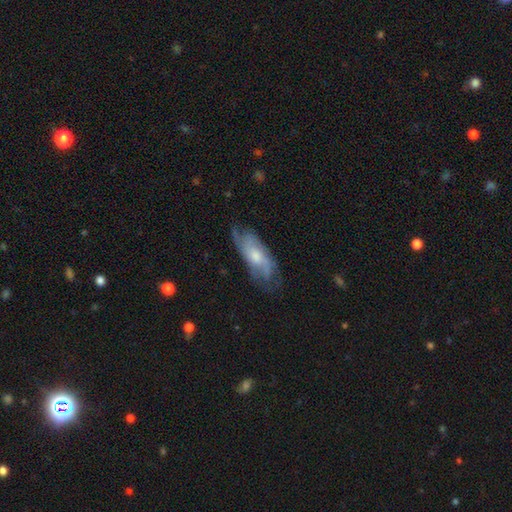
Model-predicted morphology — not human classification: Q: Smooth or featured?
A: featured or disk (68%); runner-up: smooth (26%)
Q: Edge-on disk?
A: no (85%); runner-up: yes (15%)
Q: Bar?
A: no (68%); runner-up: weak (27%)
Q: Spiral arms?
A: yes (88%); runner-up: no (12%)
Q: Spiral winding?
A: medium (43%); runner-up: tight (35%)
Q: Spiral arm count?
A: can't tell (37%); runner-up: 2 (34%)
Q: Bulge size?
A: moderate (57%); runner-up: small (30%)
Q: Merging?
A: none (64%); runner-up: minor disturbance (24%)